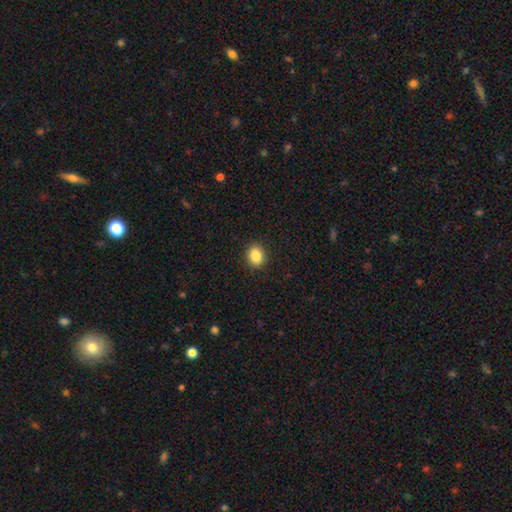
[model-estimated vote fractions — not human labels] The model was most divided on "how rounded": in between: 53%, round: 46%, cigar-shaped: 1%. More confident: merging — none (90%); smooth or featured — smooth (88%).